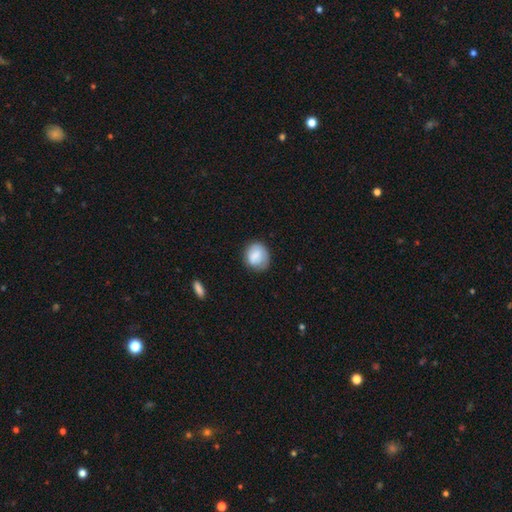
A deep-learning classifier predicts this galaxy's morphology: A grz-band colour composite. It shows a smooth galaxy with no disk features (80%) that is round (68%). Merging: none (70%).